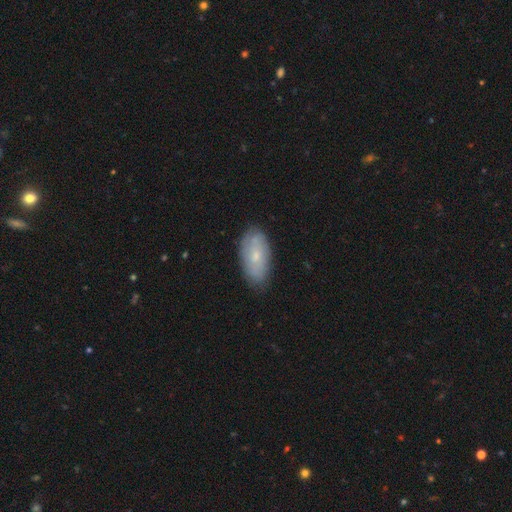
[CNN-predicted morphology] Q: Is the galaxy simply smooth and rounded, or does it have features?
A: smooth — 57%.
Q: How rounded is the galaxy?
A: in between — 92%.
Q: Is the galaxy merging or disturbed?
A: none — 79%.